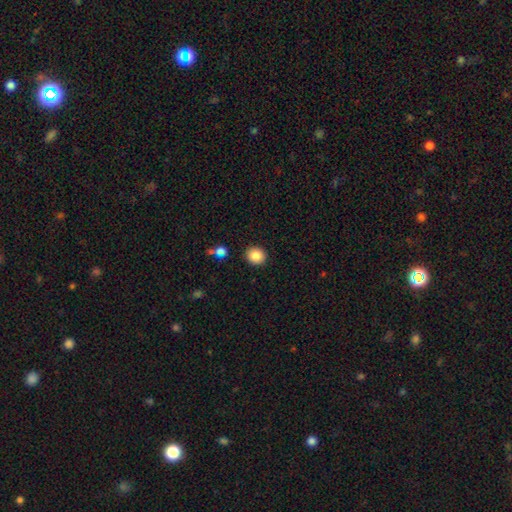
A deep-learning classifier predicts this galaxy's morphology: A smooth galaxy with no disk features (88%) that is round (78%). Merging: none (89%).